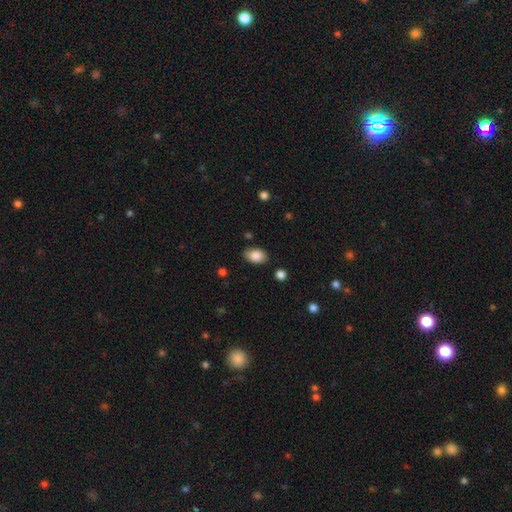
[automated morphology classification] Q: Smooth or featured?
A: smooth (85%); runner-up: featured or disk (8%)
Q: How rounded?
A: in between (89%); runner-up: round (10%)
Q: Merging?
A: none (84%); runner-up: minor disturbance (11%)